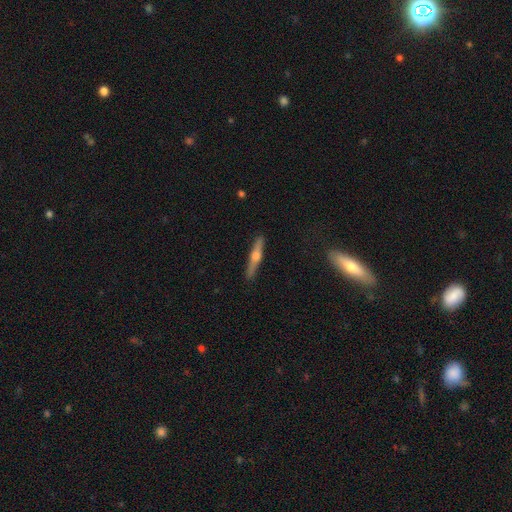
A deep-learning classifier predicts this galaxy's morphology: The model was most divided on "smooth or featured": featured or disk: 65%, smooth: 29%, star or artifact: 6%. More confident: edge-on disk — yes (97%); edge-on bulge — rounded (91%); merging — none (90%).